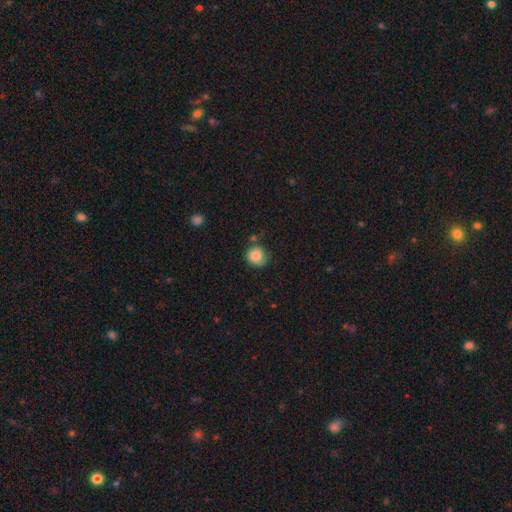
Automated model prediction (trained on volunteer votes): Smooth or featured? Predicted: smooth (p=0.83). How rounded? Predicted: round (p=0.86). Merging? Predicted: none (p=0.65).